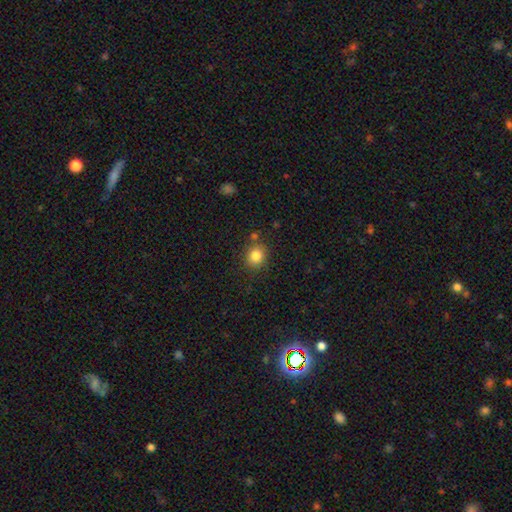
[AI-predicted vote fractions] Morphology: type=smooth (84%); roundness=round (76%); merging=none (81%).